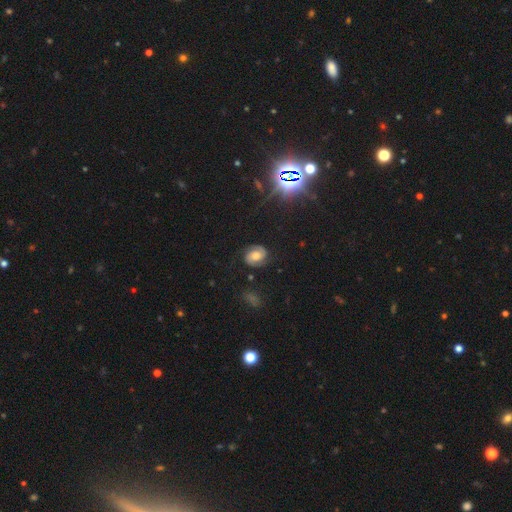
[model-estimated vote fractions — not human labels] This appears to be a featured or disk galaxy (66%) with no bar (54%), 2 (90%) medium (46%) spiral arms (93%) and a moderate central bulge (51%). Merging: none (79%).